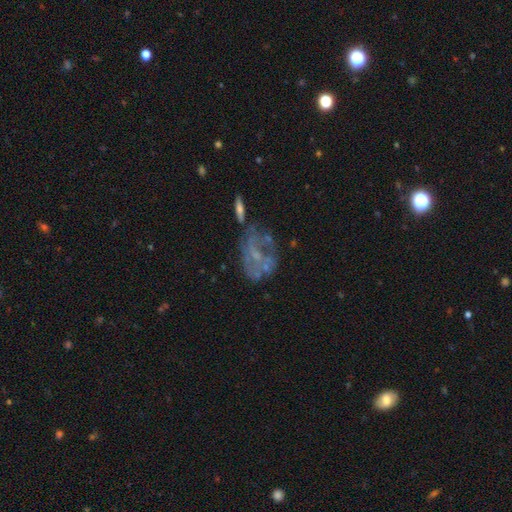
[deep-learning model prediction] This appears to be a featured or disk galaxy (61%) with no bar (80%), no spiral arms (74%) and no central bulge (50%). Merging: none (37%).